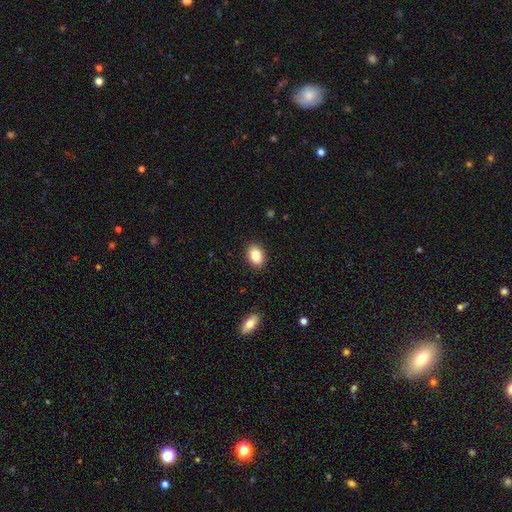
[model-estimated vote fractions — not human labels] This appears to be a smooth galaxy with no disk features (84%) that is in between round and cigar-shaped (75%). Merging: none (90%).